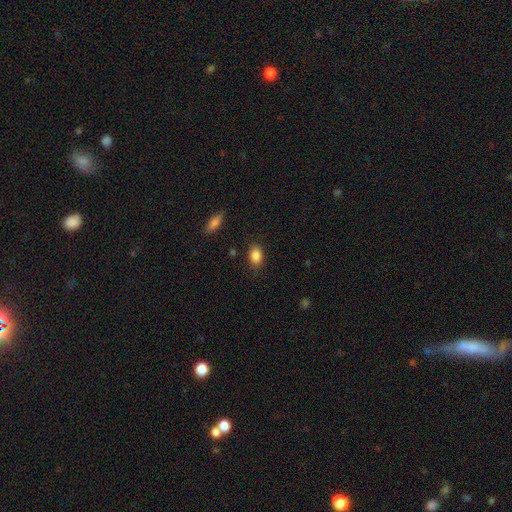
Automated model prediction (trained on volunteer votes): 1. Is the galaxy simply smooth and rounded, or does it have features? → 86% smooth, 9% star or artifact, 6% featured or disk.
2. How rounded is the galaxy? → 81% in between, 17% round, 2% cigar-shaped.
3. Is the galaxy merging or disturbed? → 84% none, 11% minor disturbance, 3% major disturbance, 1% merger.